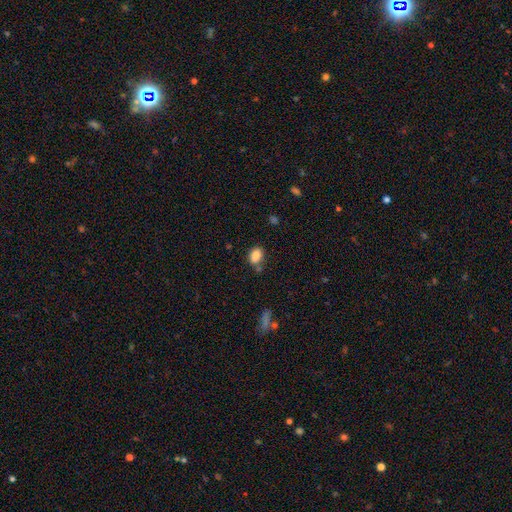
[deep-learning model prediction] smooth 85%, star or artifact 9%, featured or disk 6%. Down the decision tree: how rounded — in between (78%); merging — none (66%).